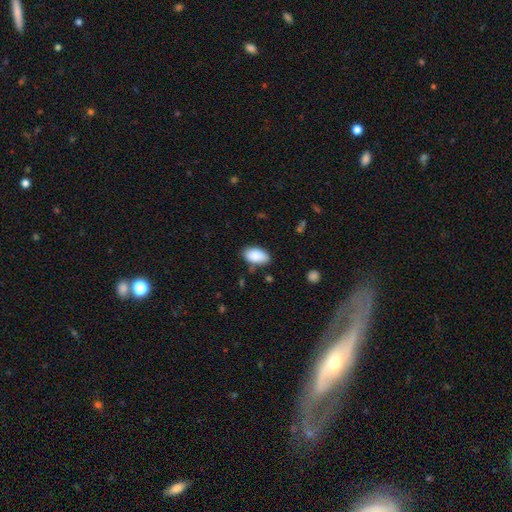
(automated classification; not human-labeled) smooth-or-featured: smooth: 89% | star or artifact: 7% | featured or disk: 5%
  how-rounded: in between: 95% | round: 4% | cigar-shaped: 2%
  merging: none: 74% | minor disturbance: 19% | major disturbance: 4% | merger: 3%